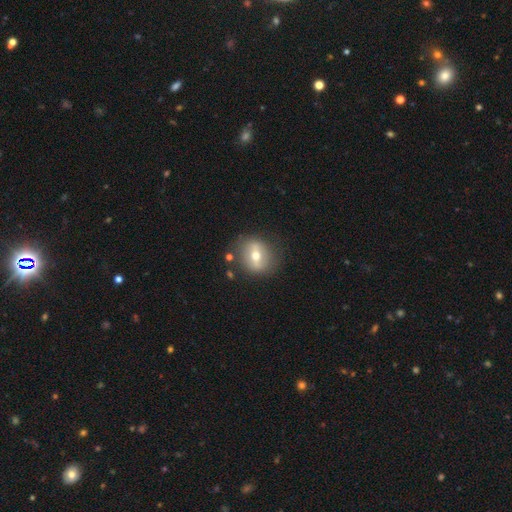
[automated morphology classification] Overall: featured or disk (47%; smooth 45%). Merging: none (80%).